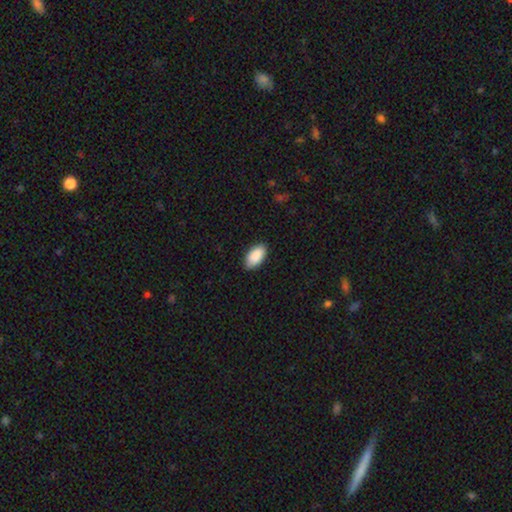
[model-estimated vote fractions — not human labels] Morphology: type=smooth (90%); roundness=in between (95%); merging=none (86%).